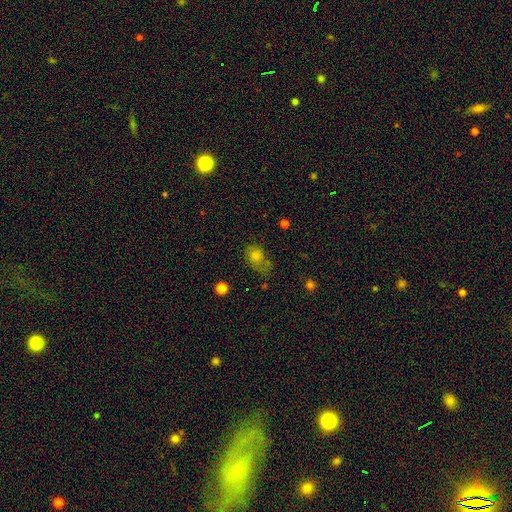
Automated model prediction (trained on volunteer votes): Smooth or featured? Predicted: smooth (p=0.65). How rounded? Predicted: in between (p=0.61). Merging? Predicted: none (p=0.47).